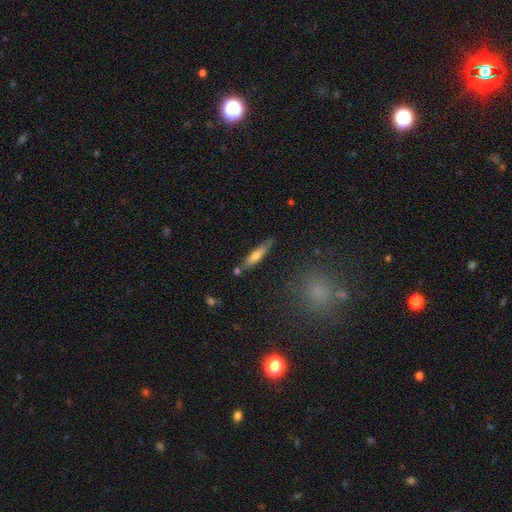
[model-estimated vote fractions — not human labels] smooth-or-featured: smooth: 63% | featured or disk: 30% | star or artifact: 7%
  how-rounded: cigar-shaped: 80% | in between: 18% | round: 2%
  merging: none: 76% | minor disturbance: 14% | merger: 7% | major disturbance: 3%